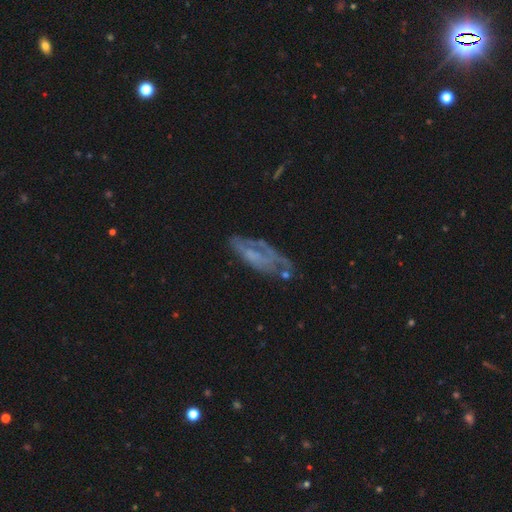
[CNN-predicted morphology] Smooth or featured?
  - featured or disk: 61% *
  - smooth: 28%
  - star or artifact: 10%
Edge-on disk?
  - no: 84% *
  - yes: 16%
Bar?
  - no: 71% *
  - weak: 22%
  - strong: 7%
Spiral arms?
  - no: 52% *
  - yes: 48%
Bulge size?
  - none: 56% *
  - small: 25%
  - moderate: 15%
  - large: 3%
  - dominant: 1%
Merging?
  - none: 45% *
  - minor disturbance: 26%
  - major disturbance: 22%
  - merger: 7%